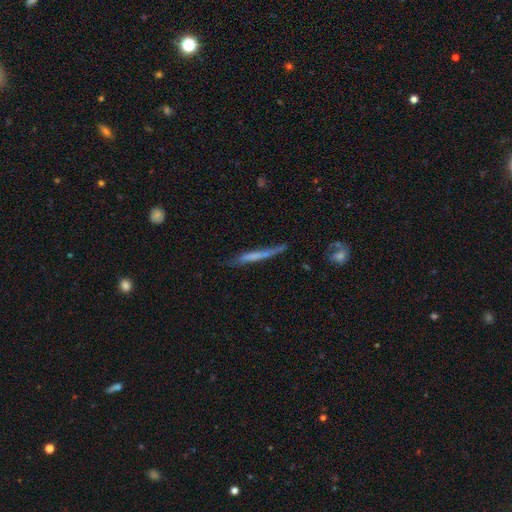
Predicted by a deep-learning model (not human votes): smooth_or_featured: smooth (p=0.47) [alt: featured or disk p=0.46]
merging: none (p=0.64) [alt: minor disturbance p=0.24]